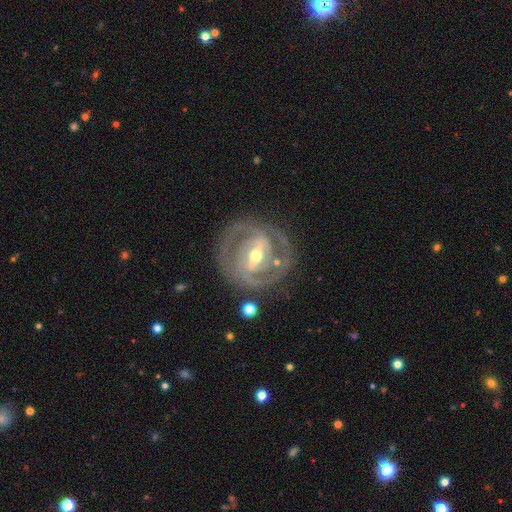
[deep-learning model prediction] Smooth or featured?
  - featured or disk: 88% *
  - smooth: 8%
  - star or artifact: 5%
Edge-on disk?
  - no: 95% *
  - yes: 5%
Bar?
  - strong: 60% *
  - weak: 30%
  - no: 10%
Spiral arms?
  - yes: 87% *
  - no: 13%
Spiral winding?
  - tight: 61% *
  - medium: 32%
  - loose: 7%
Spiral arm count?
  - 2: 66% *
  - can't tell: 15%
  - 3: 11%
  - 1: 3%
  - 4: 3%
  - more than 4: 2%
Bulge size?
  - moderate: 63% *
  - small: 31%
  - large: 4%
  - none: 1%
  - dominant: 1%
Merging?
  - none: 77% *
  - minor disturbance: 14%
  - major disturbance: 7%
  - merger: 2%